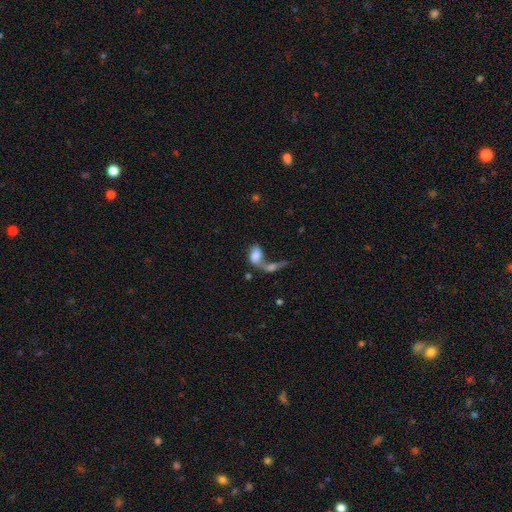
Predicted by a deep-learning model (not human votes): A smooth galaxy with no disk features (66%) that is in between round and cigar-shaped (86%).

Vote fractions:
- Smooth or featured? smooth: 66% / featured or disk: 25% / star or artifact: 10%
- How rounded? in between: 86% / round: 10% / cigar-shaped: 4%
- Merging? merger: 66% / none: 15% / major disturbance: 13% / minor disturbance: 7%